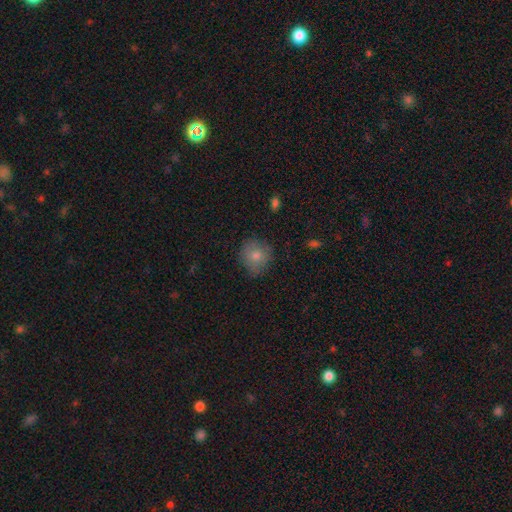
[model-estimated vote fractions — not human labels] Q: Smooth or featured?
A: smooth (79%); runner-up: featured or disk (12%)
Q: How rounded?
A: round (85%); runner-up: in between (14%)
Q: Merging?
A: none (76%); runner-up: minor disturbance (18%)